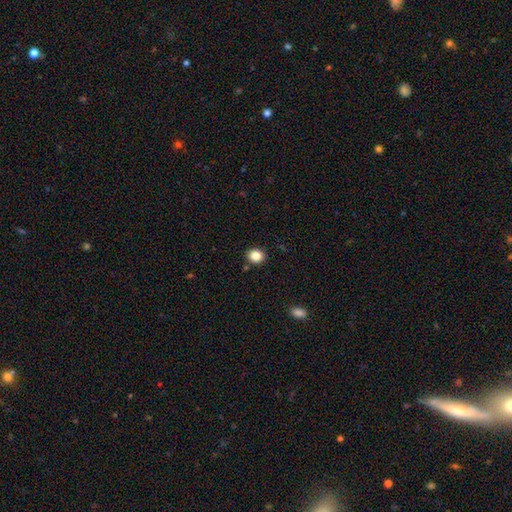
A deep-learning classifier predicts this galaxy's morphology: The model was most divided on "how rounded": round: 70%, in between: 29%, cigar-shaped: 1%. More confident: merging — none (88%); smooth or featured — smooth (85%).